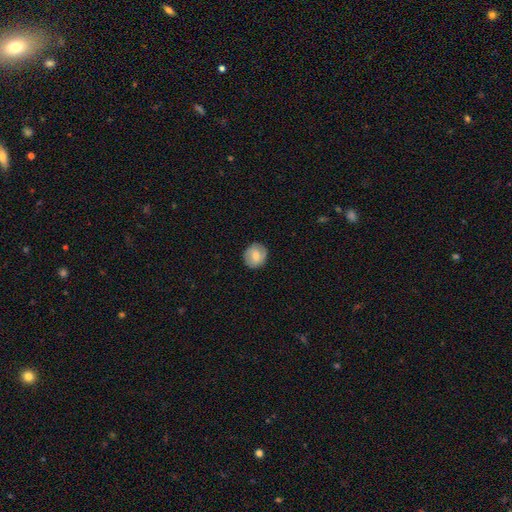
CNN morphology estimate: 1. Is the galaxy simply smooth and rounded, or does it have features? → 68% smooth, 25% featured or disk, 7% star or artifact.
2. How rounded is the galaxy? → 82% round, 17% in between, 1% cigar-shaped.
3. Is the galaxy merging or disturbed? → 87% none, 10% minor disturbance, 2% major disturbance, 1% merger.